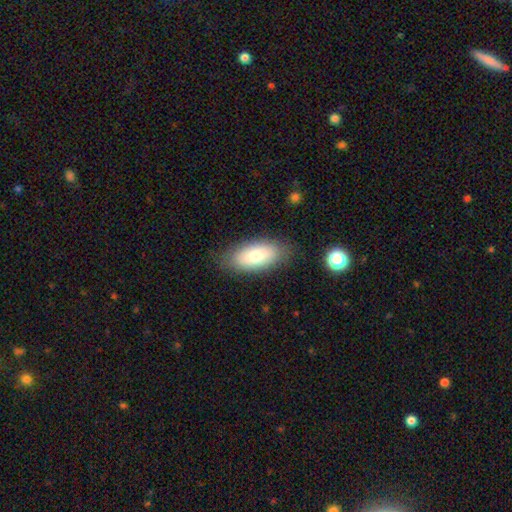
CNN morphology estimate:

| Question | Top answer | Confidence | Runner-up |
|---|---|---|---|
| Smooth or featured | smooth | 77% | featured or disk (16%) |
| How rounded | in between | 90% | cigar-shaped (7%) |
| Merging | none | 81% | minor disturbance (13%) |